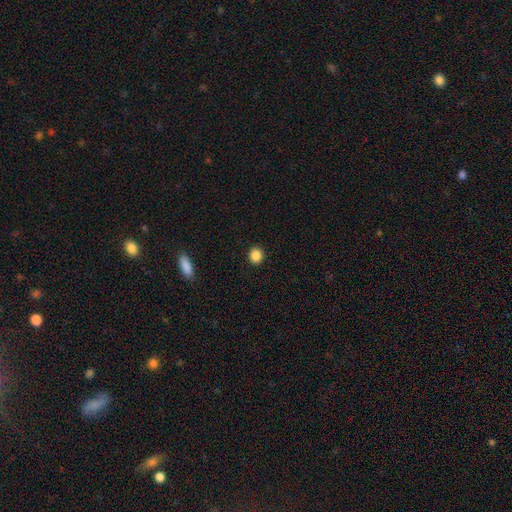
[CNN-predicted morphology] A smooth galaxy with no disk features (87%) that is round (78%).

Vote fractions:
- Smooth or featured? smooth: 87% / star or artifact: 10% / featured or disk: 3%
- How rounded? round: 78% / in between: 20% / cigar-shaped: 1%
- Merging? none: 92% / minor disturbance: 5% / major disturbance: 2% / merger: 1%